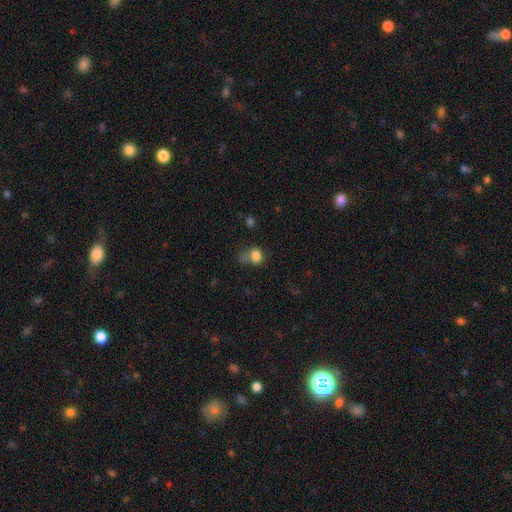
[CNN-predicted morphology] smooth 79%, star or artifact 12%, featured or disk 9%. Down the decision tree: how rounded — round (50%); merging — none (36%).